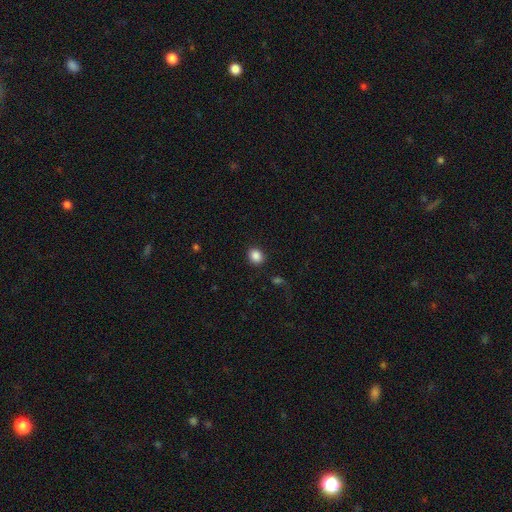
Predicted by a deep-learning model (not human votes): Q: Smooth or featured?
A: smooth (87%); runner-up: star or artifact (9%)
Q: How rounded?
A: round (57%); runner-up: in between (42%)
Q: Merging?
A: none (89%); runner-up: minor disturbance (7%)